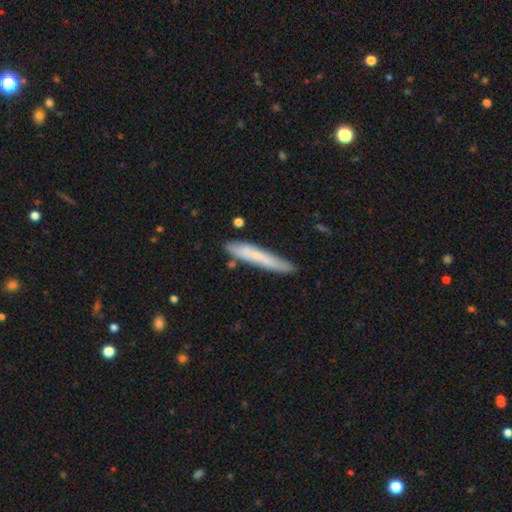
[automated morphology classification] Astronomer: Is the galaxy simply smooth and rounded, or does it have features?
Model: smooth — 67%.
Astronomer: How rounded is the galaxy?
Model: cigar-shaped — 95%.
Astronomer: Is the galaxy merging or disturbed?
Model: none — 80%.